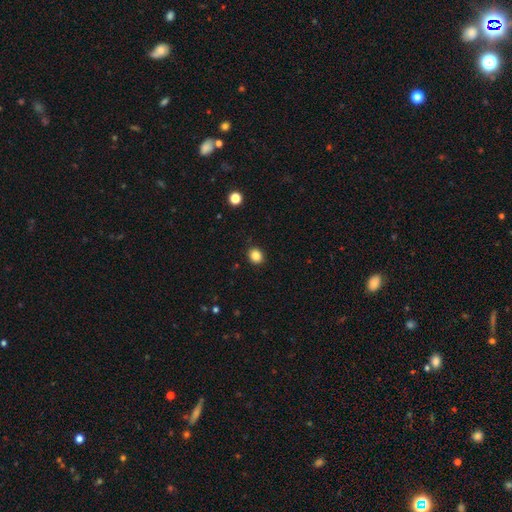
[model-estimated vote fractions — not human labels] The model was most divided on "how rounded": round: 72%, in between: 27%, cigar-shaped: 1%. More confident: merging — none (91%); smooth or featured — smooth (85%).